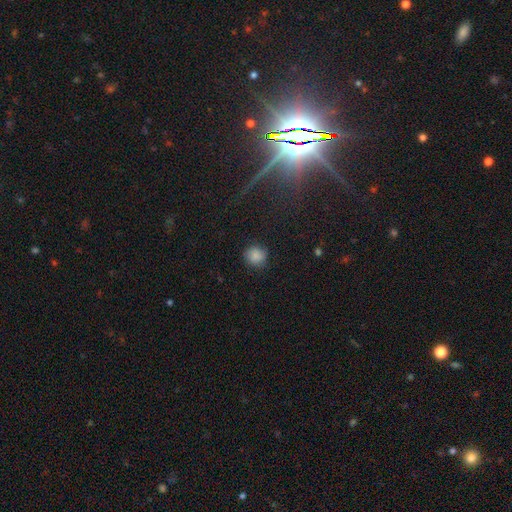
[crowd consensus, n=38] smooth-or-featured: smooth: 89% | featured or disk: 5% | star or artifact: 5%
  how-rounded: round: 97% | in between: 3% | cigar-shaped: 0%
  merging: none: 94% | major disturbance: 6% | minor disturbance: 0% | merger: 0%